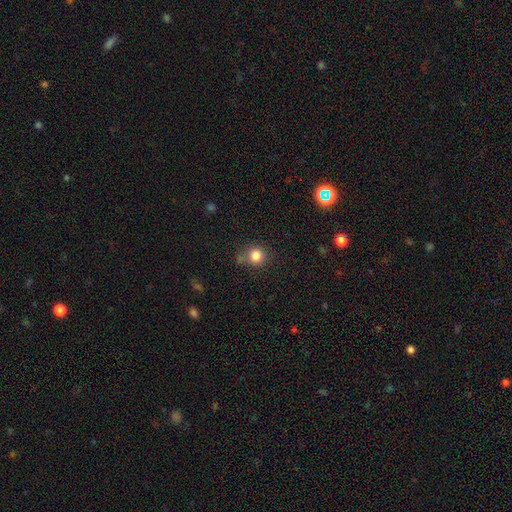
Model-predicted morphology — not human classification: Smooth or featured? smooth (82%)
How rounded? round (91%)
Merging? none (73%)